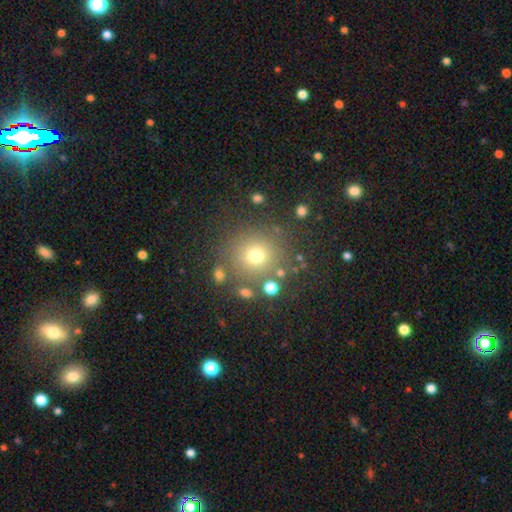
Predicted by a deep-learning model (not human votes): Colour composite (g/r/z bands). It shows a smooth galaxy with no disk features (71%) that is round (92%). Merging: none (81%).